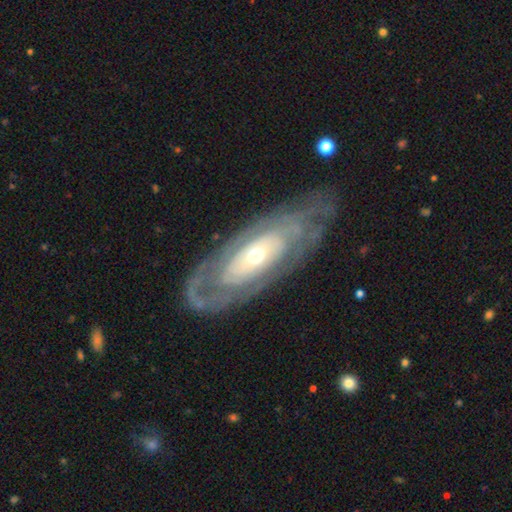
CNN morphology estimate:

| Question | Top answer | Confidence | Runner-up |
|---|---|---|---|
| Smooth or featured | featured or disk | 79% | smooth (15%) |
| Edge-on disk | no | 88% | yes (12%) |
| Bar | no | 82% | weak (12%) |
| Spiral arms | yes | 65% | no (35%) |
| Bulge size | small | 50% | moderate (43%) |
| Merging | none | 75% | minor disturbance (15%) |